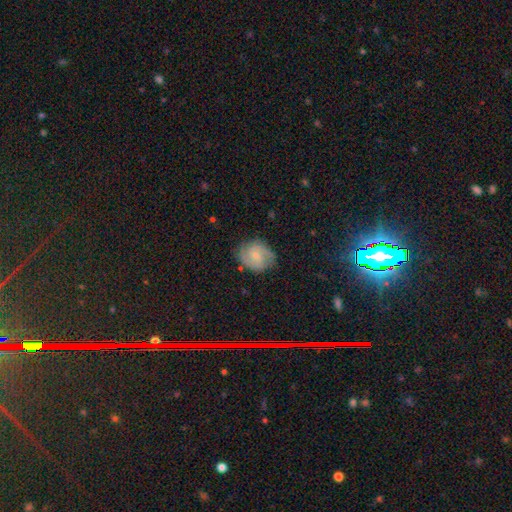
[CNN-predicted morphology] A featured or disk galaxy (68%) with a weak bar (46%, tied with no), 2 (75%) medium (48%) spiral arms (93%) and a small central bulge (57%).

Vote fractions:
- Smooth or featured? featured or disk: 68% / smooth: 26% / star or artifact: 6%
- Edge-on disk? no: 98% / yes: 2%
- Bar? weak: 46% (tied) / no: 46% (tied) / strong: 8%
- Spiral arms? yes: 93% / no: 7%
- Spiral winding? medium: 48% / tight: 36% / loose: 15%
- Spiral arm count? 2: 75% / can't tell: 12% / 3: 7% / 1: 3% / 4: 2% / more than 4: 2%
- Bulge size? small: 57% / moderate: 30% / none: 10% / large: 2% / dominant: 1%
- Merging? none: 75% / minor disturbance: 18% / major disturbance: 6% / merger: 1%